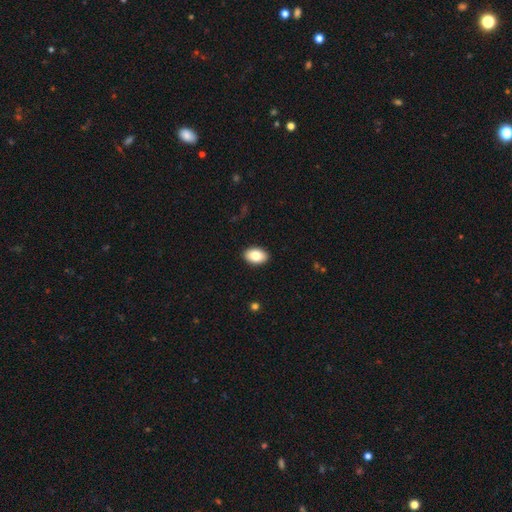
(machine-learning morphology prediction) Smooth or featured?
  - smooth: 84% *
  - featured or disk: 9%
  - star or artifact: 7%
How rounded?
  - in between: 89% *
  - round: 10%
  - cigar-shaped: 1%
Merging?
  - none: 91% *
  - minor disturbance: 7%
  - major disturbance: 2%
  - merger: 1%